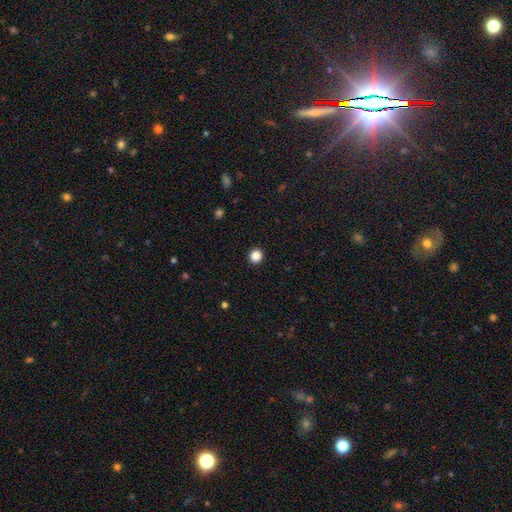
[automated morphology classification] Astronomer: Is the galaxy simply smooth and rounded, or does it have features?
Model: smooth — 86%.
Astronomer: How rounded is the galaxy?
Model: round — 94%.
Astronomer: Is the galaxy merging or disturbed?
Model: none — 93%.